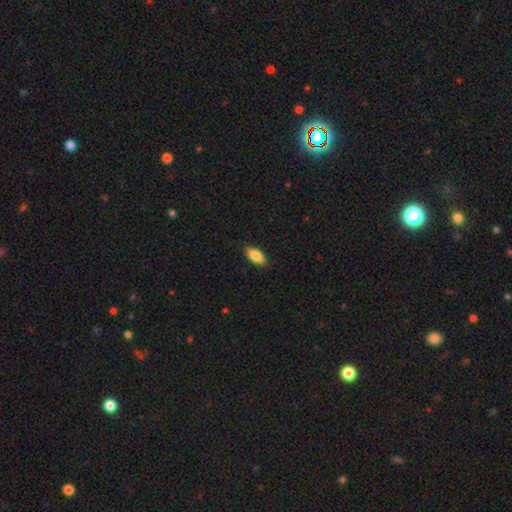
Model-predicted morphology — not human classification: smooth 85%, featured or disk 8%, star or artifact 7%. Down the decision tree: how rounded — in between (88%); merging — none (87%).